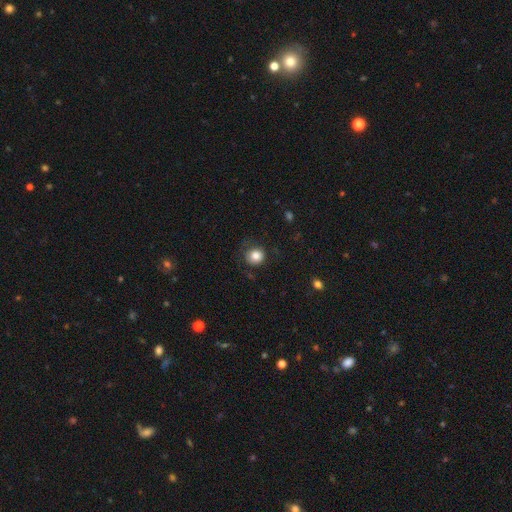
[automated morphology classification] The model was most divided on "merging": none: 77%, minor disturbance: 16%, major disturbance: 6%, merger: 1%. More confident: how rounded — round (87%); smooth or featured — smooth (83%).